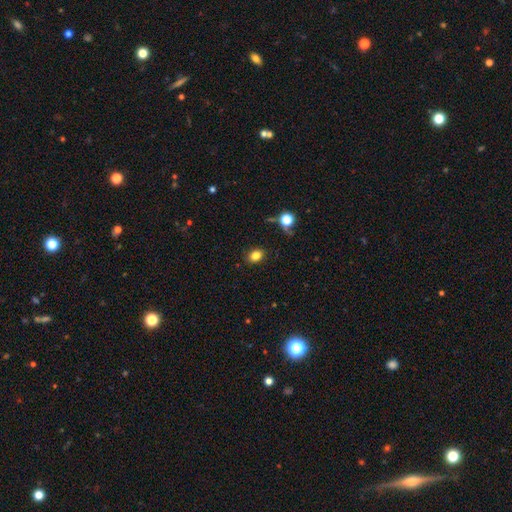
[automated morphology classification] Smooth or featured? smooth (82%)
How rounded? in between (62%)
Merging? none (86%)